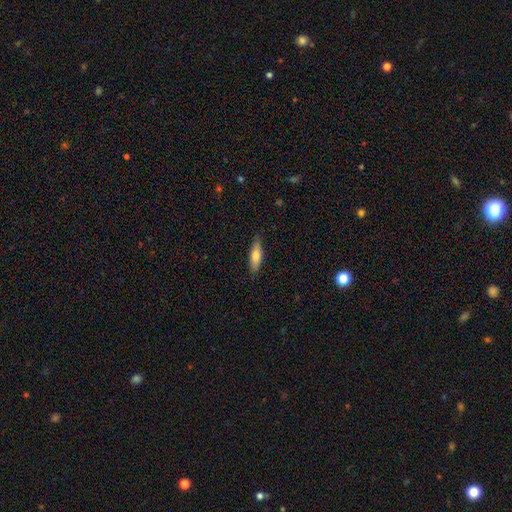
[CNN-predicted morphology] This is likely a smooth galaxy (71%). How rounded: possibly cigar-shaped (51%). Merging: clearly none (85%).